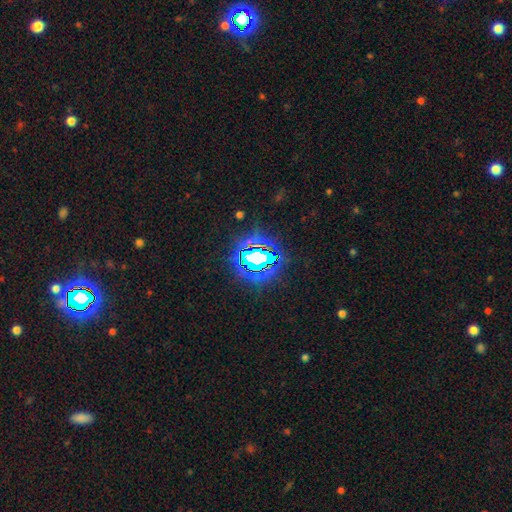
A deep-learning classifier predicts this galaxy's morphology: A star or artifact, not a galaxy (74%).

Vote fractions:
- Smooth or featured? star or artifact: 74% / smooth: 14% / featured or disk: 12%